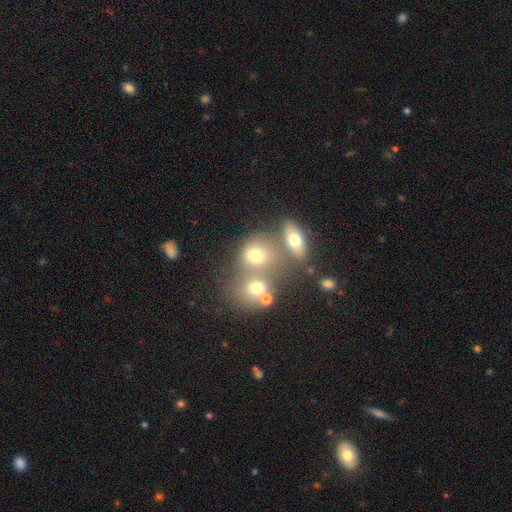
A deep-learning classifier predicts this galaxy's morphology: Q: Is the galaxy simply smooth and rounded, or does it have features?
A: smooth — 70%.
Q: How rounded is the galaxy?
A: round — 64%.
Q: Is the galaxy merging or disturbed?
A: merger — 44%.